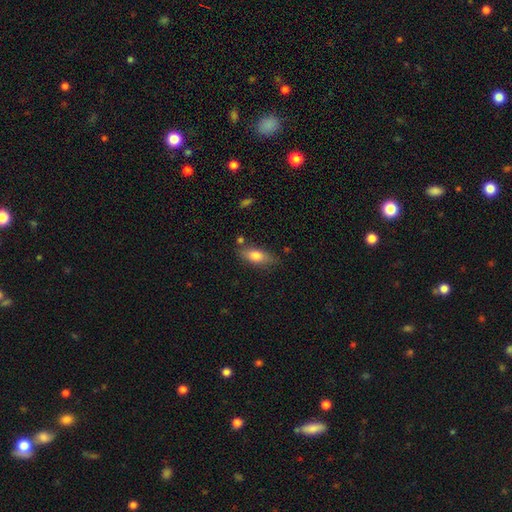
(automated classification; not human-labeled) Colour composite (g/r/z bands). It shows a smooth galaxy with no disk features (77%) that is in between round and cigar-shaped (78%). Merging: none (73%).